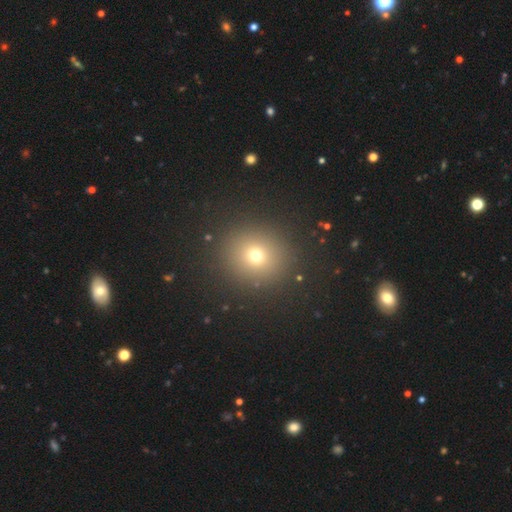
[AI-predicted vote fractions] Overall: smooth (69%). How rounded: round (88%). Merging: none (89%).